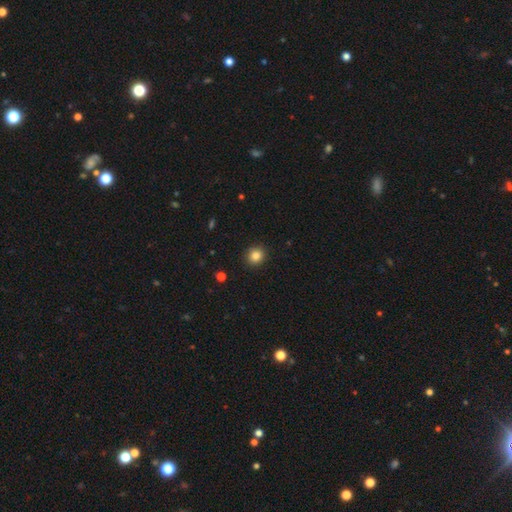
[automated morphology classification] Smooth or featured? Predicted: smooth (p=0.85). How rounded? Predicted: round (p=0.87). Merging? Predicted: none (p=0.91).